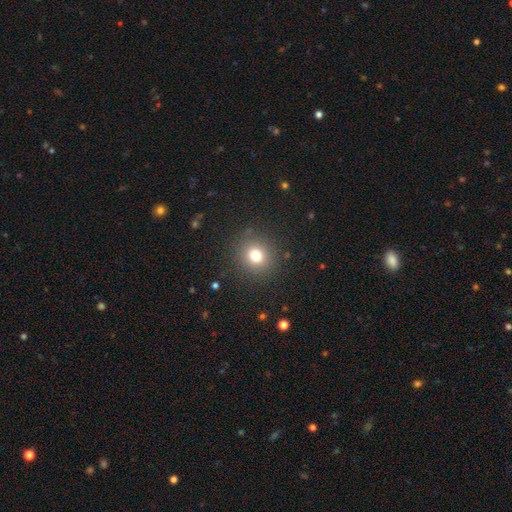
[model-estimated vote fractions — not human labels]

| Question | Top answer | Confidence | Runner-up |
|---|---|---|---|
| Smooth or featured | smooth | 77% | star or artifact (15%) |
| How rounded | round | 88% | in between (11%) |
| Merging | none | 88% | minor disturbance (7%) |